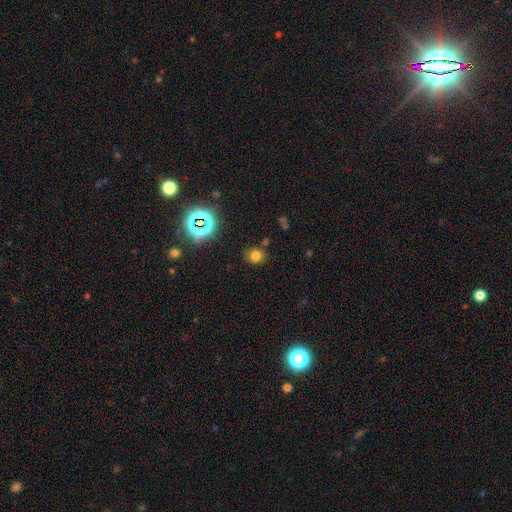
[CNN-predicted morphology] Smooth or featured? Predicted: smooth (p=0.71). How rounded? Predicted: round (p=0.81). Merging? Predicted: none (p=0.81).